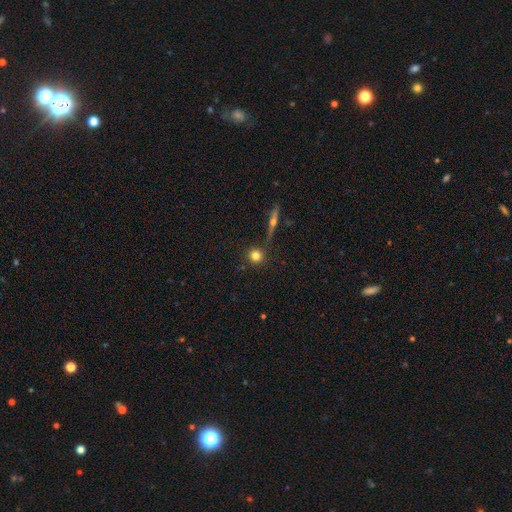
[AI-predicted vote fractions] This appears to be a smooth galaxy with no disk features (78%) that is round (92%). Merging: none (82%).